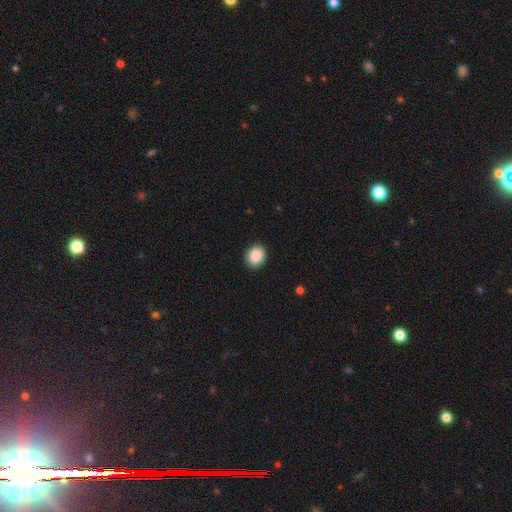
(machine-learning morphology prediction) smooth-or-featured: smooth: 89% | star or artifact: 8% | featured or disk: 3%
  how-rounded: round: 78% | in between: 21% | cigar-shaped: 1%
  merging: none: 91% | minor disturbance: 6% | major disturbance: 2% | merger: 1%